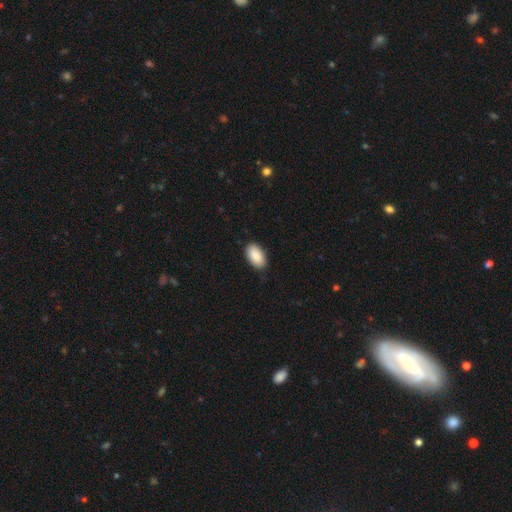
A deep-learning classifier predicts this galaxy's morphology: Smooth or featured? smooth (89%)
How rounded? in between (95%)
Merging? none (87%)